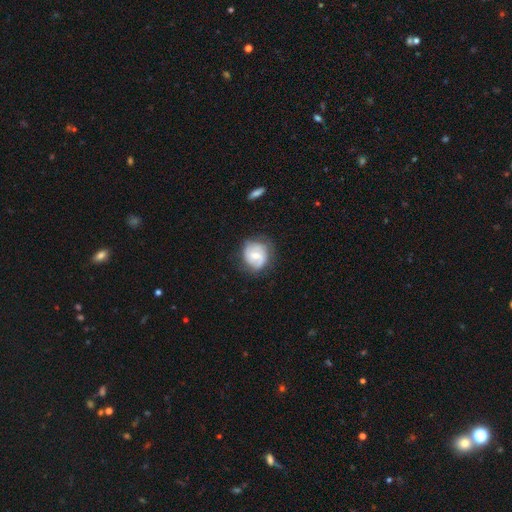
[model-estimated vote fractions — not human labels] Smooth or featured? featured or disk (60%)
Edge-on disk? no (98%)
Bar? no (46%)
Spiral arms? yes (84%)
Bulge size? moderate (51%)
Merging? none (67%)